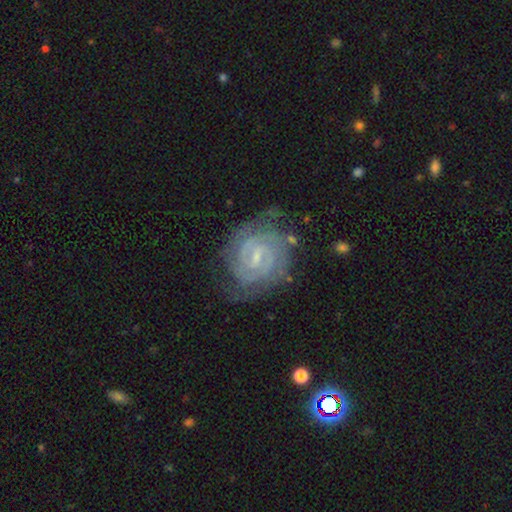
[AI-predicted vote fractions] Smooth or featured? featured or disk (89%)
Edge-on disk? no (98%)
Bar? weak (56%)
Spiral arms? yes (98%)
Spiral winding? tight (76%)
Spiral arm count? 2 (55%)
Bulge size? small (70%)
Merging? none (74%)